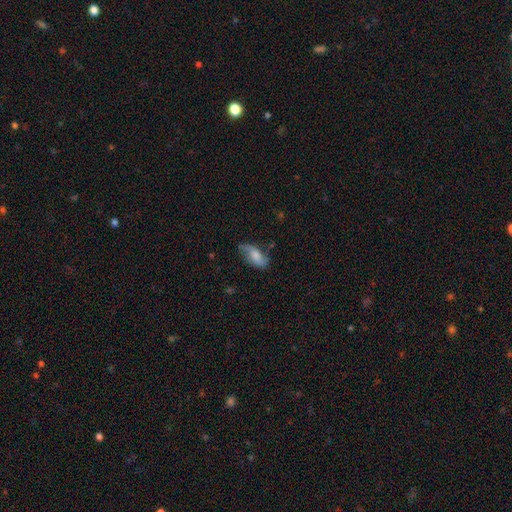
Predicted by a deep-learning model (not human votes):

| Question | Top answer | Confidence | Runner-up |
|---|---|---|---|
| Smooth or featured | smooth | 50% | featured or disk (42%) |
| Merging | none | 62% | minor disturbance (26%) |